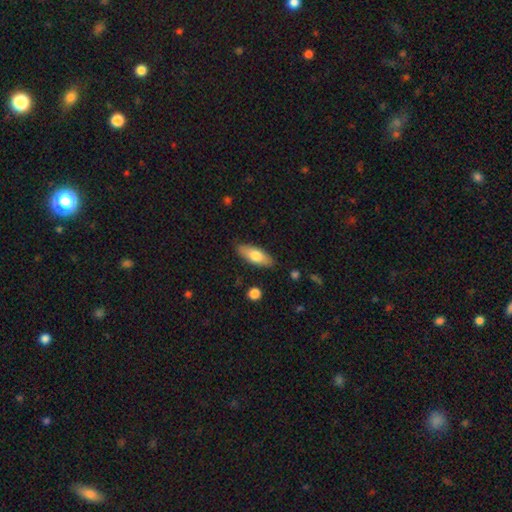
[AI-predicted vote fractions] Overall: smooth (72%). How rounded: in between (74%). Merging: none (86%).